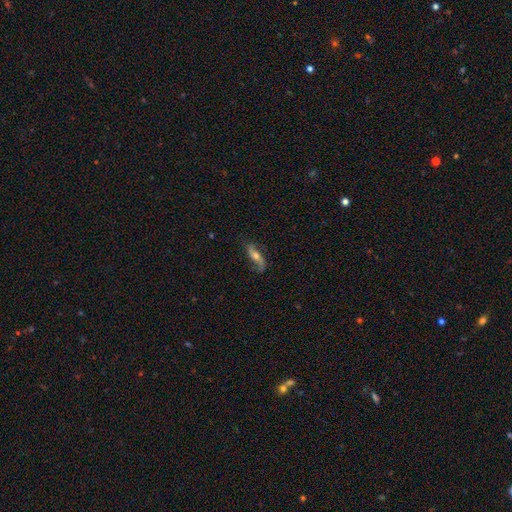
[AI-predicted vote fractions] Morphology: type=featured or disk (64%); edge-on=no (72%); merging=none (70%).